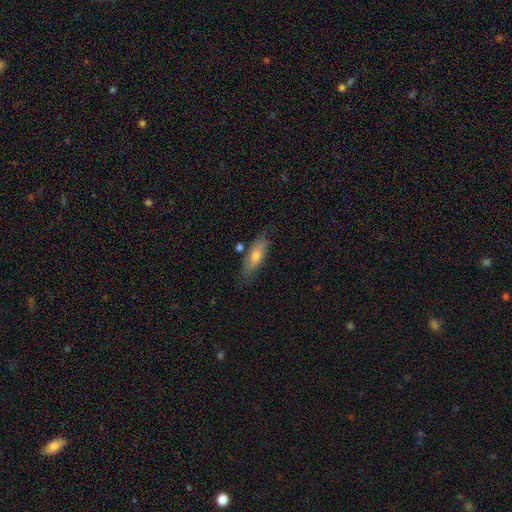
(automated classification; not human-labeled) Morphology: type=smooth (61%); roundness=in between (53%); merging=none (75%).